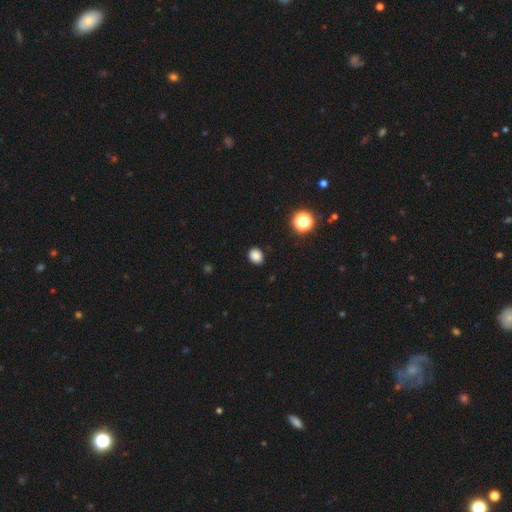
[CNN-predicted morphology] Smooth or featured: smooth — 84% (star or artifact — 13%)
How rounded: round — 53% (in between — 46%)
Merging: none — 89% (minor disturbance — 8%)